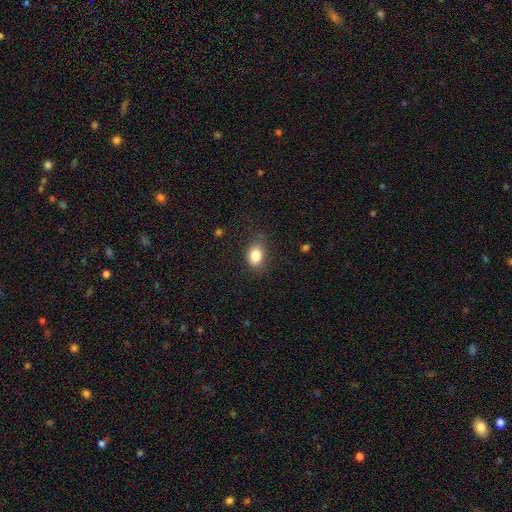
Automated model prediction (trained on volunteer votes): This appears to be a smooth galaxy with no disk features (83%) that is in between round and cigar-shaped (73%). Merging: none (78%).